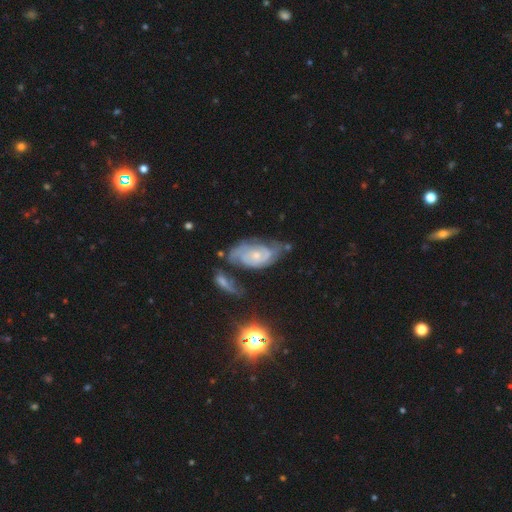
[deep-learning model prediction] A featured or disk galaxy (79%) with no bar (72%), 2 (47%) tight (56%) spiral arms (92%) and a small central bulge (68%). Merging: none (45%).